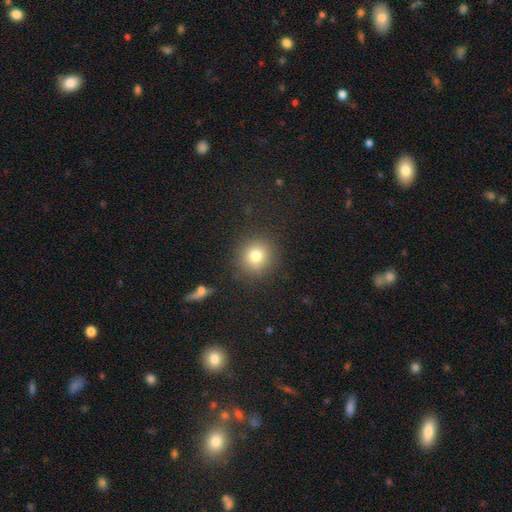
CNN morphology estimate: Smooth or featured: smooth — 78% (star or artifact — 13%)
How rounded: round — 89% (in between — 10%)
Merging: none — 87% (minor disturbance — 8%)